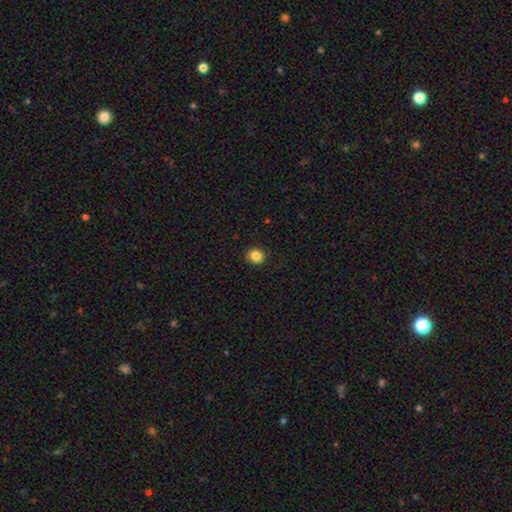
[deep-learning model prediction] A smooth galaxy with no disk features (85%) that is round (90%).

Vote fractions:
- Smooth or featured? smooth: 85% / star or artifact: 11% / featured or disk: 4%
- How rounded? round: 90% / in between: 9% / cigar-shaped: 1%
- Merging? none: 91% / minor disturbance: 6% / major disturbance: 2% / merger: 1%